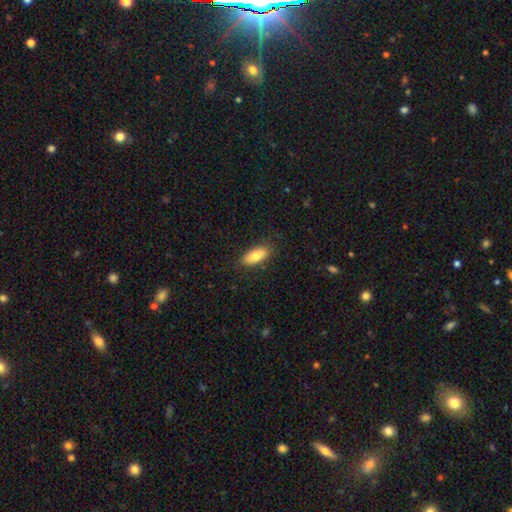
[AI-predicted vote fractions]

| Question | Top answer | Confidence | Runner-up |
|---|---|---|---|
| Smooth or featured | smooth | 82% | featured or disk (11%) |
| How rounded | in between | 85% | cigar-shaped (13%) |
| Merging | none | 86% | minor disturbance (11%) |